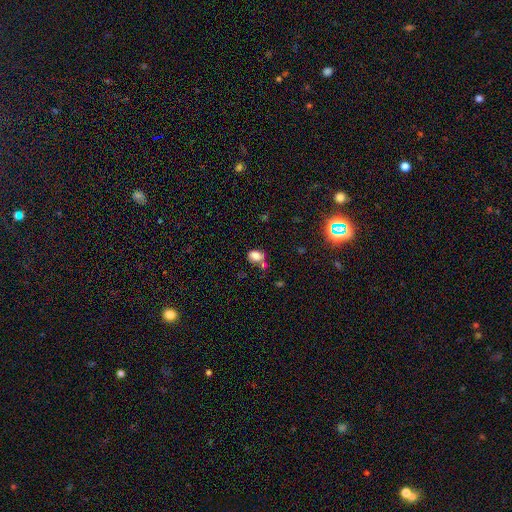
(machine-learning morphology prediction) Smooth or featured? smooth (78%)
How rounded? in between (68%)
Merging? none (48%)